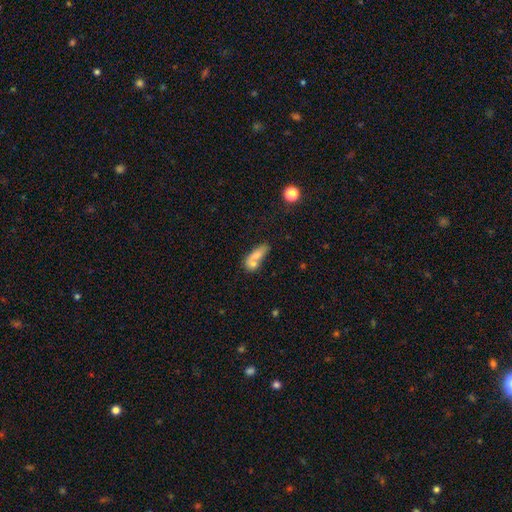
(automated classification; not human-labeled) smooth_or_featured: smooth (p=0.72) [alt: featured or disk p=0.19]
how_rounded: in between (p=0.63) [alt: cigar-shaped p=0.26]
merging: merger (p=0.49) [alt: none p=0.31]